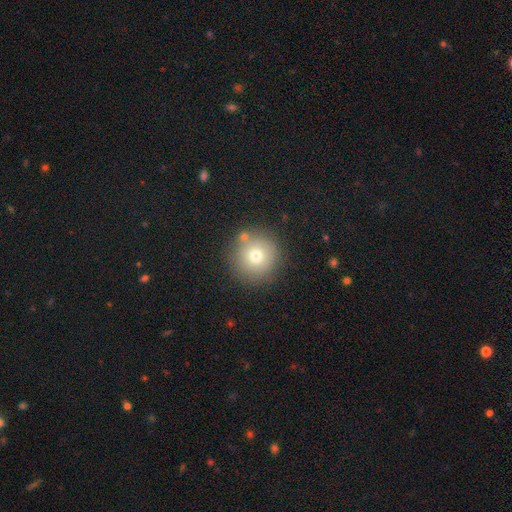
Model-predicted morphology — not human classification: Smooth or featured?
  - smooth: 73% *
  - featured or disk: 14%
  - star or artifact: 13%
How rounded?
  - round: 96% *
  - in between: 3%
  - cigar-shaped: 1%
Merging?
  - none: 83% *
  - minor disturbance: 9%
  - merger: 6%
  - major disturbance: 3%